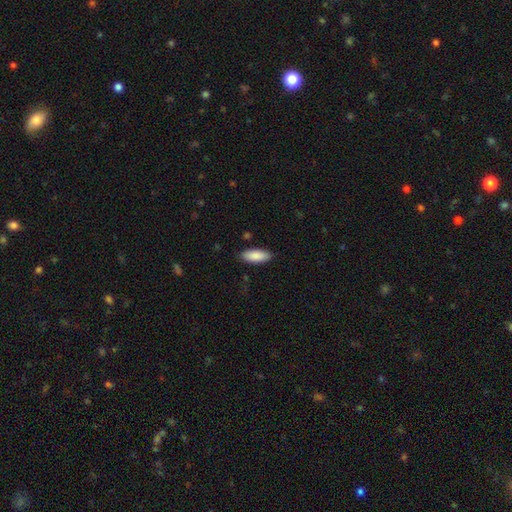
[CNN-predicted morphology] This is clearly a smooth galaxy (89%). How rounded: likely in between (79%). Merging: clearly none (87%).